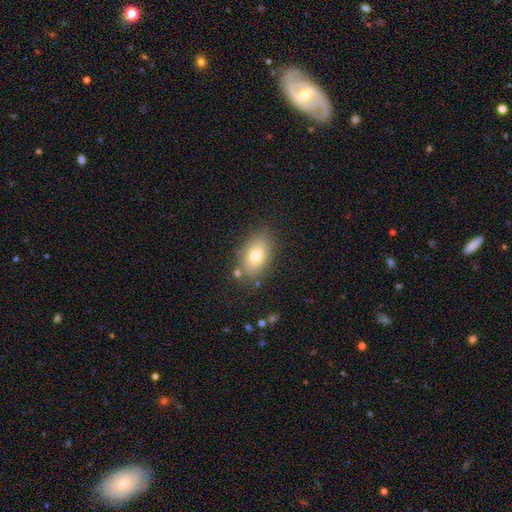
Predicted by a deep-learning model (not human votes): Smooth or featured: smooth — 77% (featured or disk — 14%)
How rounded: in between — 87% (round — 11%)
Merging: none — 80% (minor disturbance — 12%)